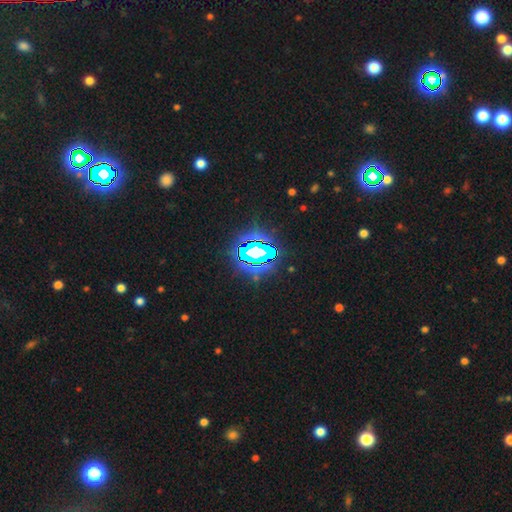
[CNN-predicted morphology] Smooth or featured: star or artifact — 74% (smooth — 13%)